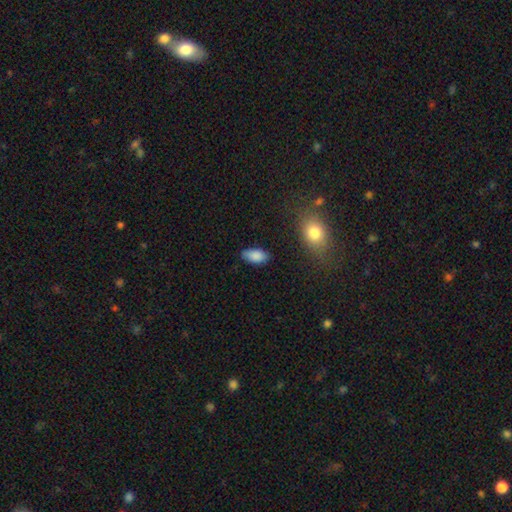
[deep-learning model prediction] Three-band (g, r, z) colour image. It shows a smooth galaxy with no disk features (87%) that is in between round and cigar-shaped (93%). Merging: none (78%).